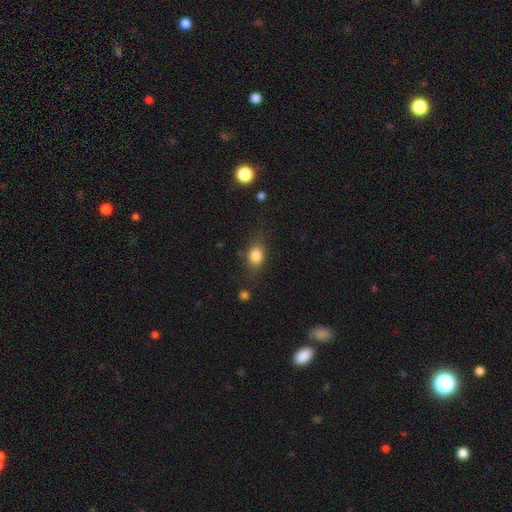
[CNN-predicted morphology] This is clearly a smooth galaxy (81%). How rounded: likely in between (61%). Merging: likely none (71%).